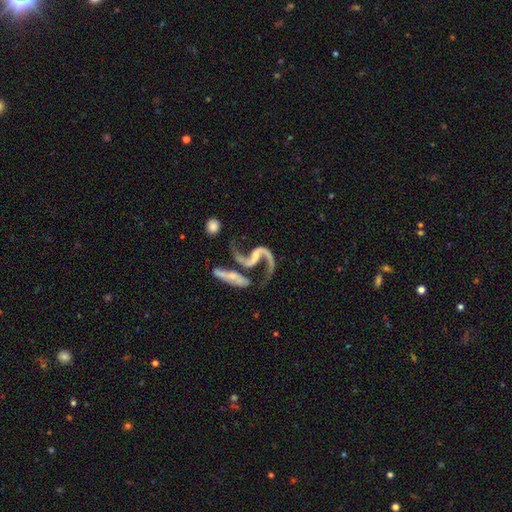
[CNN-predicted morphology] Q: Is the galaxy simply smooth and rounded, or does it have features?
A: featured or disk — 88%.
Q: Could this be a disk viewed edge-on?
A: no — 95%.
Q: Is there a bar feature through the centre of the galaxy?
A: no — 39%.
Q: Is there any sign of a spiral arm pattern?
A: yes — 93%.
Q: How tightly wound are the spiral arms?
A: loose — 72%.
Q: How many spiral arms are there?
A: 2 — 83%.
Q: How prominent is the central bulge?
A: small — 48%.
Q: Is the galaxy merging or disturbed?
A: merger — 37%.